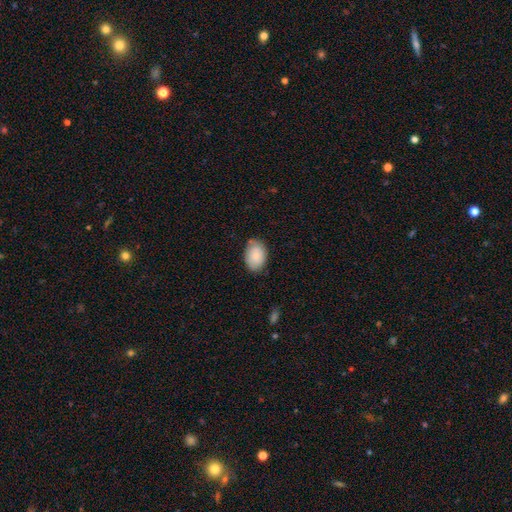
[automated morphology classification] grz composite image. It shows a smooth galaxy with no disk features (87%) that is in between round and cigar-shaped (87%). Merging: none (78%).